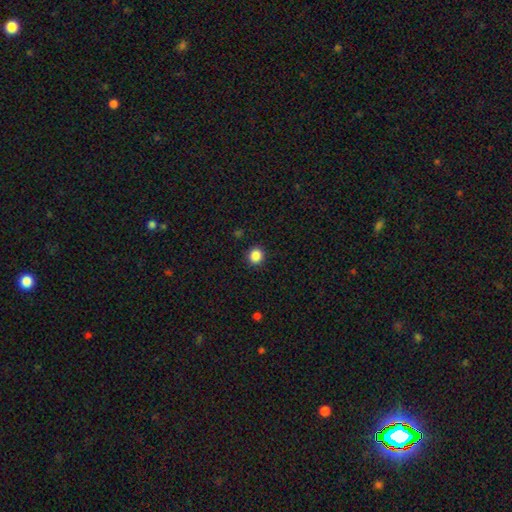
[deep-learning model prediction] smooth 86%, star or artifact 11%, featured or disk 3%. Down the decision tree: how rounded — round (91%); merging — none (92%).